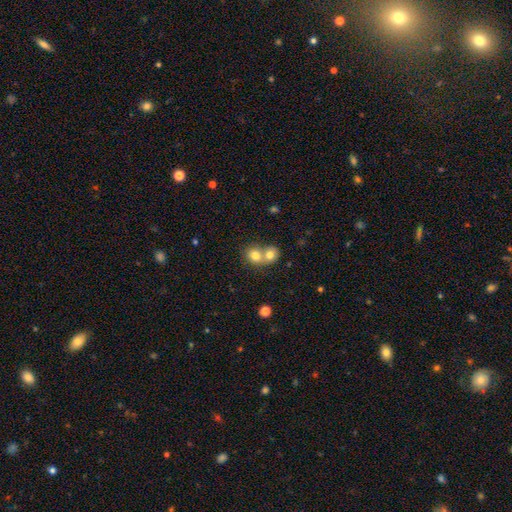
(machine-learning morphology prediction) A smooth galaxy with no disk features (77%) that is round (73%).

Vote fractions:
- Smooth or featured? smooth: 77% / featured or disk: 13% / star or artifact: 10%
- How rounded? round: 73% / in between: 26% / cigar-shaped: 1%
- Merging? merger: 66% / none: 27% / minor disturbance: 5% / major disturbance: 2%